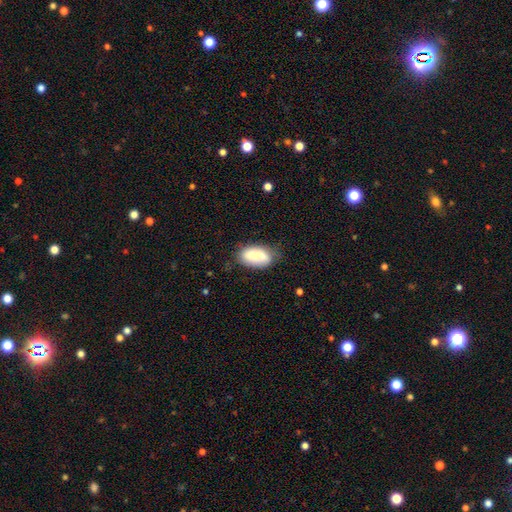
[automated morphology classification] Q: Smooth or featured?
A: smooth (80%); runner-up: featured or disk (13%)
Q: How rounded?
A: in between (93%); runner-up: round (5%)
Q: Merging?
A: none (63%); runner-up: minor disturbance (27%)